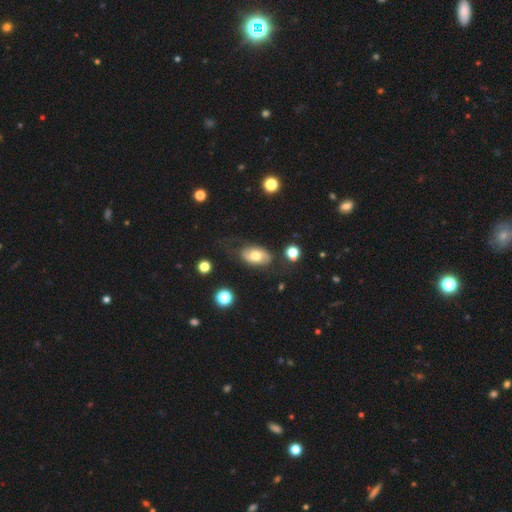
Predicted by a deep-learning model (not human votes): Overall: smooth (56%; featured or disk 36%). How rounded: in between (90%). Merging: none (70%).